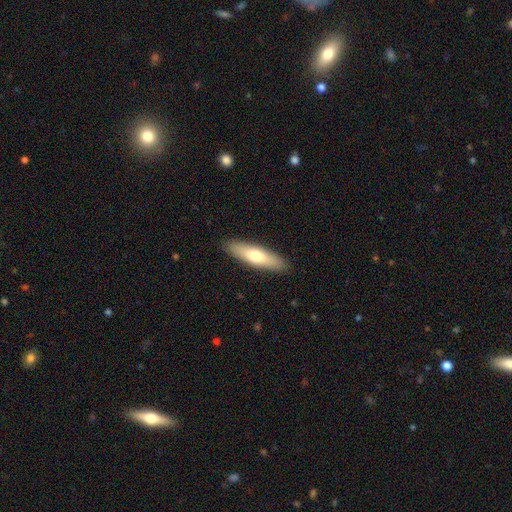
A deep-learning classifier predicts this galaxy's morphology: A smooth galaxy with no disk features (64%) that is cigar-shaped (66%).

Vote fractions:
- Smooth or featured? smooth: 64% / featured or disk: 31% / star or artifact: 5%
- How rounded? cigar-shaped: 66% / in between: 32% / round: 2%
- Merging? none: 90% / minor disturbance: 7% / major disturbance: 2% / merger: 1%